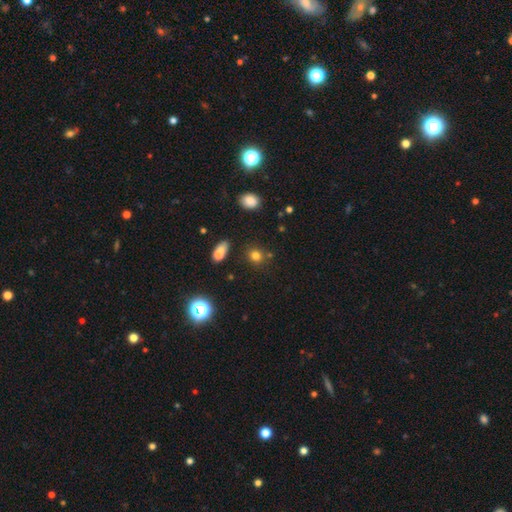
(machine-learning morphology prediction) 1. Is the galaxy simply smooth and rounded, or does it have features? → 78% smooth, 15% star or artifact, 7% featured or disk.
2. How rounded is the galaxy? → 80% round, 19% in between, 1% cigar-shaped.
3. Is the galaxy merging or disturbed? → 77% none, 11% minor disturbance, 9% merger, 3% major disturbance.